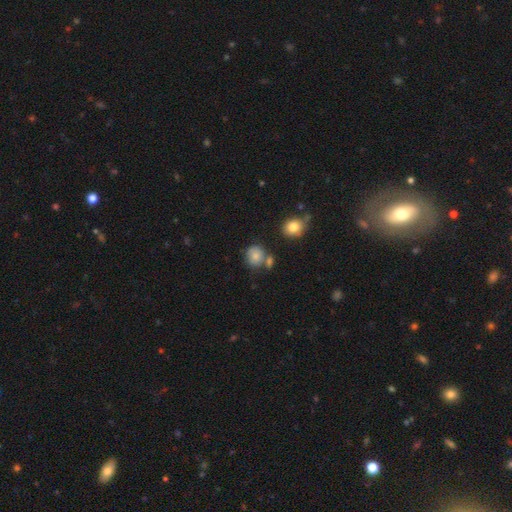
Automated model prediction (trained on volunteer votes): smooth_or_featured: smooth (p=0.80) [alt: star or artifact p=0.11]
how_rounded: round (p=0.77) [alt: in between p=0.22]
merging: none (p=0.61) [alt: merger p=0.17]